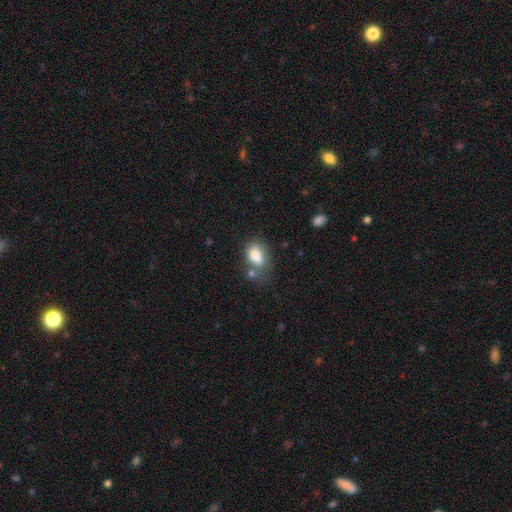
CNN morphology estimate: Smooth or featured: smooth — 81% (featured or disk — 10%)
How rounded: in between — 80% (round — 18%)
Merging: none — 46% (minor disturbance — 24%)